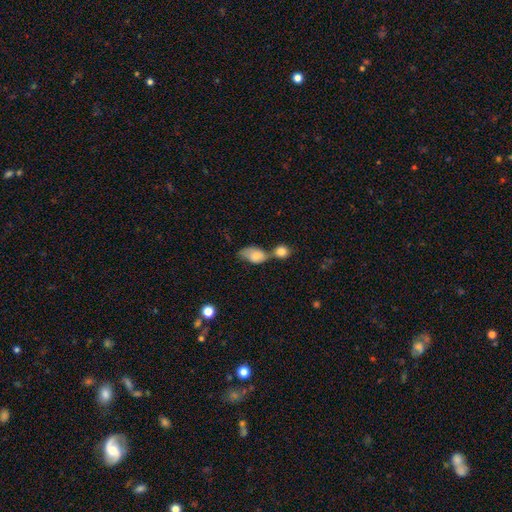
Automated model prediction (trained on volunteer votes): Smooth or featured? Predicted: smooth (p=0.77). How rounded? Predicted: in between (p=0.83). Merging? Predicted: merger (p=0.54).